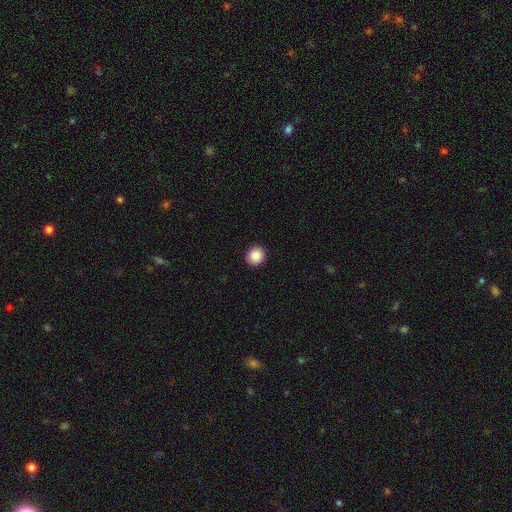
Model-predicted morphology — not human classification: smooth_or_featured: smooth (p=0.88) [alt: star or artifact p=0.09]
how_rounded: round (p=0.87) [alt: in between p=0.12]
merging: none (p=0.93) [alt: minor disturbance p=0.05]